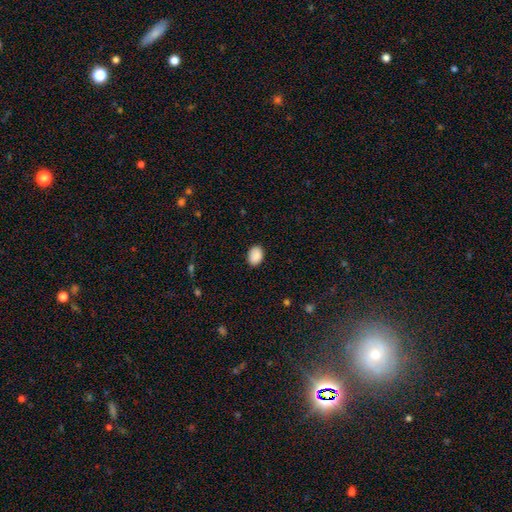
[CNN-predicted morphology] smooth_or_featured: smooth (p=0.90) [alt: star or artifact p=0.07]
how_rounded: in between (p=0.73) [alt: round p=0.26]
merging: none (p=0.88) [alt: minor disturbance p=0.09]